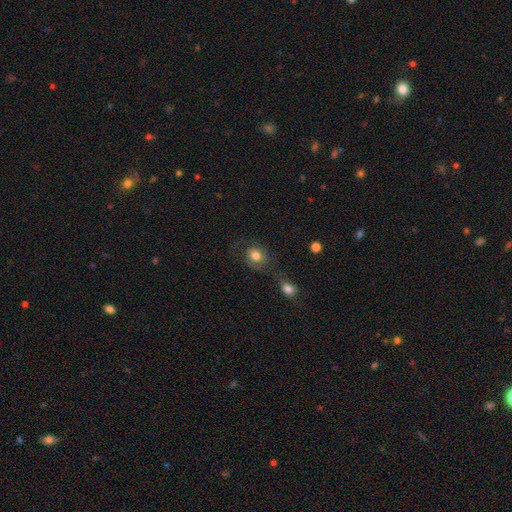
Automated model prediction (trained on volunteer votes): Smooth or featured?
  - smooth: 74% *
  - featured or disk: 17%
  - star or artifact: 10%
How rounded?
  - round: 64% *
  - in between: 35%
  - cigar-shaped: 1%
Merging?
  - none: 53% *
  - merger: 17%
  - minor disturbance: 17%
  - major disturbance: 13%